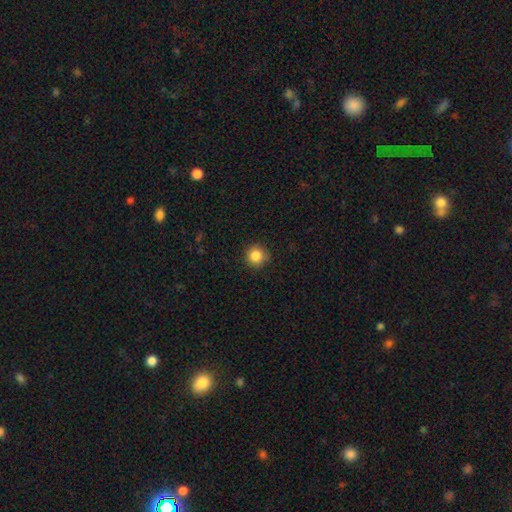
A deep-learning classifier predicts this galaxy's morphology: smooth_or_featured: smooth (p=0.85) [alt: star or artifact p=0.10]
how_rounded: round (p=0.94) [alt: in between p=0.05]
merging: none (p=0.87) [alt: minor disturbance p=0.10]